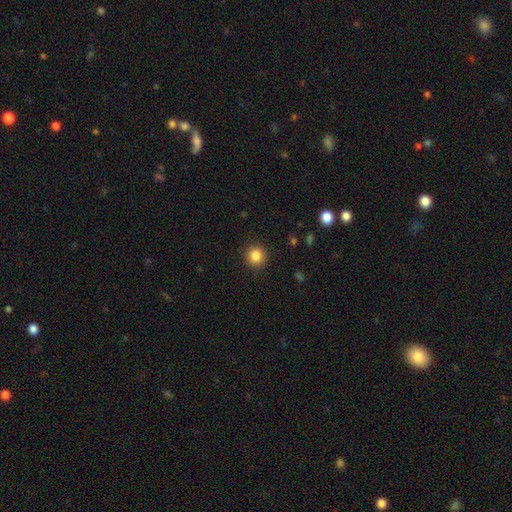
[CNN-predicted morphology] type=smooth (85%); roundness=round (92%); merging=none (91%).